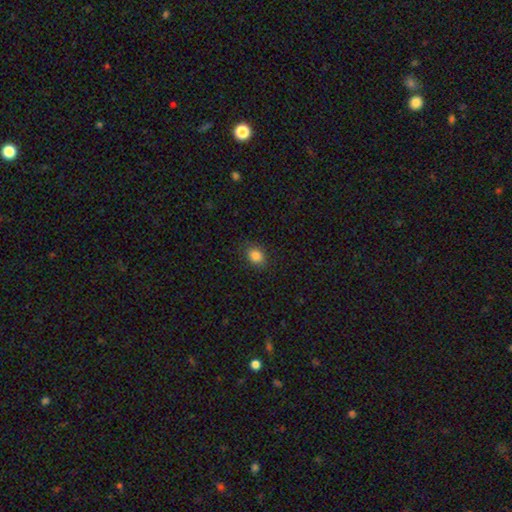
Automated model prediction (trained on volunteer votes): smooth-or-featured: smooth: 85% | star or artifact: 10% | featured or disk: 5%
  how-rounded: in between: 55% | round: 44% | cigar-shaped: 1%
  merging: none: 86% | minor disturbance: 10% | major disturbance: 3% | merger: 1%